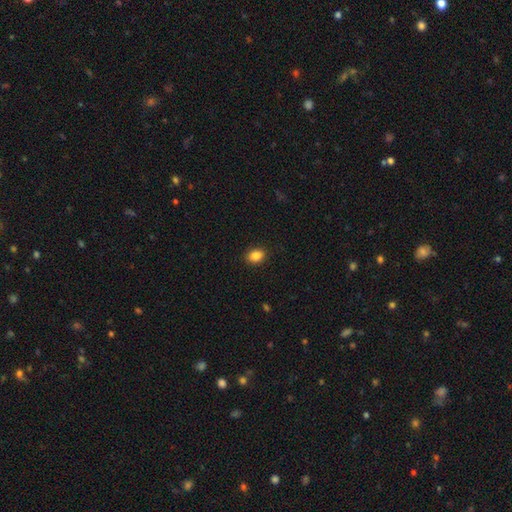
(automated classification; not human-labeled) Smooth or featured?
  - smooth: 87% *
  - star or artifact: 9%
  - featured or disk: 4%
How rounded?
  - in between: 63% *
  - round: 36%
  - cigar-shaped: 1%
Merging?
  - none: 89% *
  - minor disturbance: 8%
  - major disturbance: 2%
  - merger: 1%